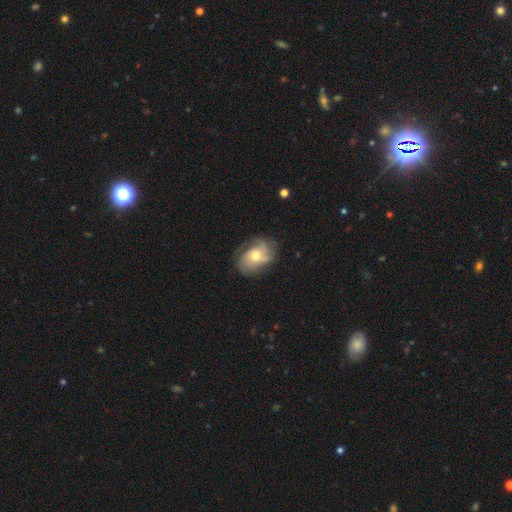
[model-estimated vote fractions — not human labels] Q: Smooth or featured?
A: featured or disk (59%); runner-up: smooth (33%)
Q: Edge-on disk?
A: no (96%); runner-up: yes (4%)
Q: Bar?
A: no (77%); runner-up: weak (19%)
Q: Spiral arms?
A: yes (82%); runner-up: no (18%)
Q: Bulge size?
A: moderate (65%); runner-up: small (26%)
Q: Merging?
A: none (64%); runner-up: minor disturbance (24%)